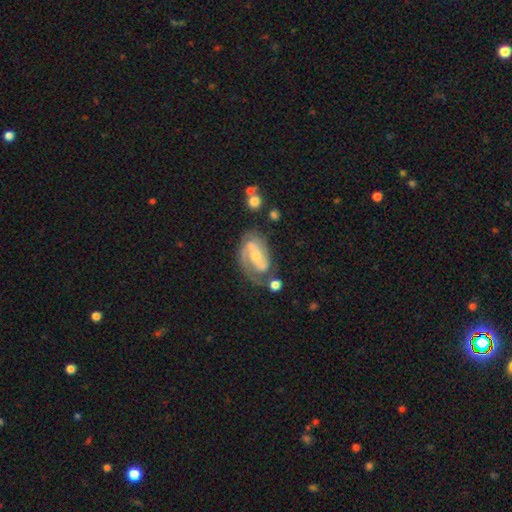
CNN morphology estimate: smooth-or-featured: featured or disk: 83% | smooth: 11% | star or artifact: 5%
  disk-edge-on: no: 97% | yes: 3%
    bar: weak: 42% | no: 31% | strong: 27%
    has-spiral-arms: yes: 95% | no: 5%
      spiral-winding: tight: 43% (tied) | medium: 43% (tied) | loose: 14%
      spiral-arm-count: 2: 67% | 1: 20% | can't tell: 8% | 3: 3% | 4: 1% | more than 4: 1%
    bulge-size: small: 47% | moderate: 45% | none: 4% | large: 3% | dominant: 1%
  merging: none: 58% | minor disturbance: 22% | major disturbance: 14% | merger: 7%